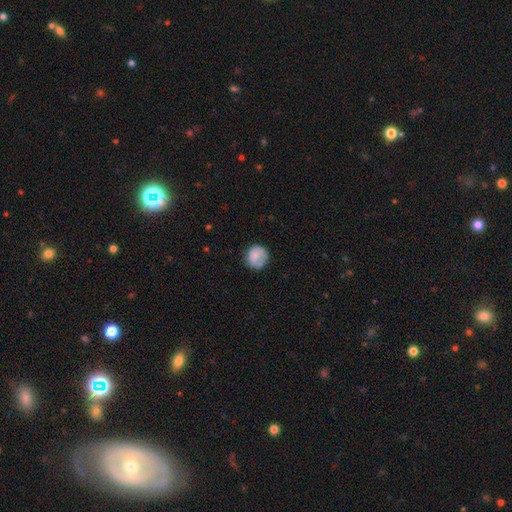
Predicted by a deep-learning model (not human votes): smooth-or-featured: smooth: 80% | featured or disk: 12% | star or artifact: 8%
  how-rounded: round: 87% | in between: 12% | cigar-shaped: 1%
  merging: none: 68% | minor disturbance: 22% | major disturbance: 8% | merger: 2%